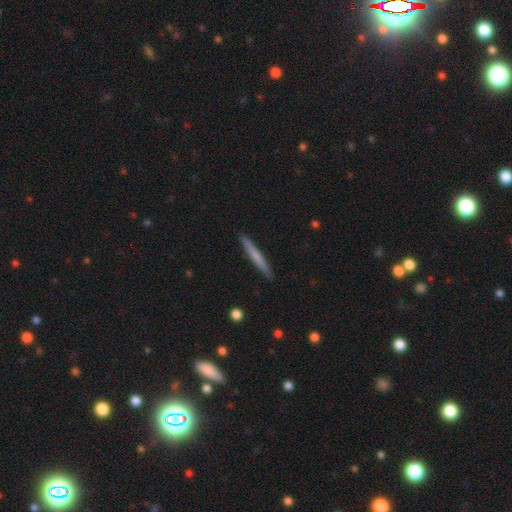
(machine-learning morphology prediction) A smooth galaxy with no disk features (62%) that is cigar-shaped (97%).

Vote fractions:
- Smooth or featured? smooth: 62% / featured or disk: 33% / star or artifact: 5%
- How rounded? cigar-shaped: 97% / in between: 2% / round: 1%
- Merging? none: 91% / minor disturbance: 6% / major disturbance: 1% / merger: 1%